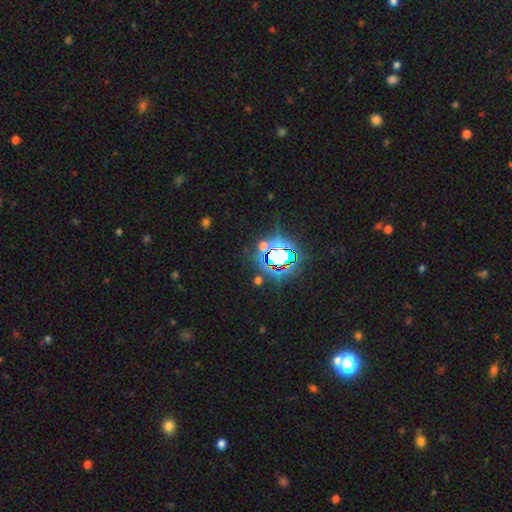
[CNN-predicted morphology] The model was most divided on "smooth or featured": star or artifact: 82%, smooth: 11%, featured or disk: 7%.